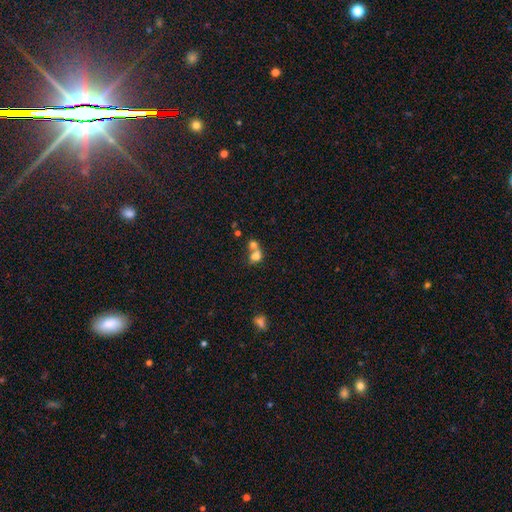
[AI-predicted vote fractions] This is likely a smooth galaxy (73%). How rounded: possibly round (51%). Merging: likely merger (67%).